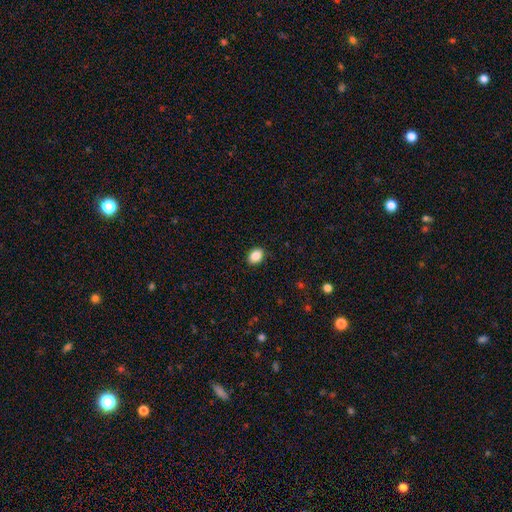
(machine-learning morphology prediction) Smooth or featured?
  - smooth: 88% *
  - star or artifact: 8%
  - featured or disk: 4%
How rounded?
  - in between: 72% *
  - round: 27%
  - cigar-shaped: 1%
Merging?
  - none: 89% *
  - minor disturbance: 8%
  - major disturbance: 2%
  - merger: 1%